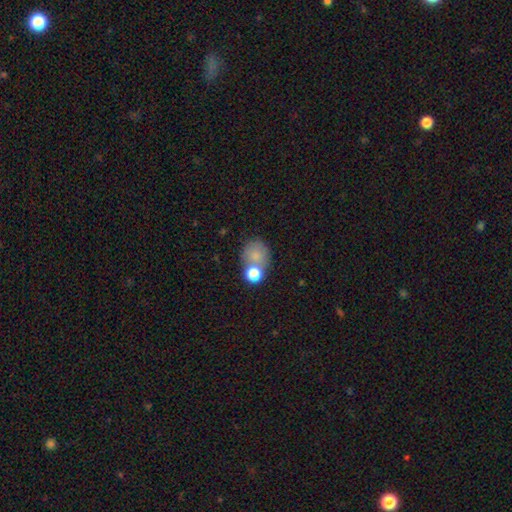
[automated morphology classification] This is likely a smooth galaxy (78%). How rounded: likely round (70%). Merging: possibly none (46%).